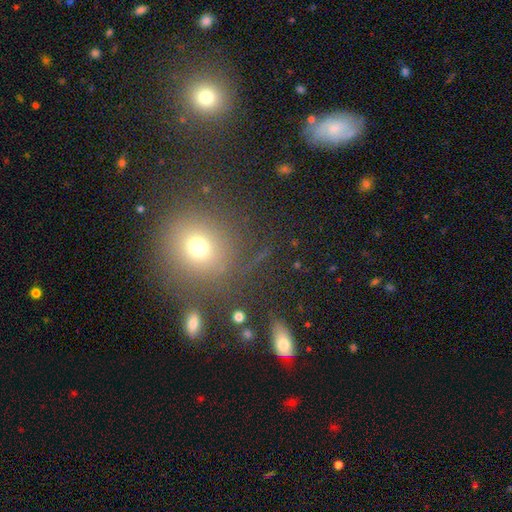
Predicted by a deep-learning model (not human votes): smooth-or-featured: smooth: 49% | star or artifact: 33% | featured or disk: 18%
  merging: none: 76% | minor disturbance: 12% | major disturbance: 7% | merger: 5%